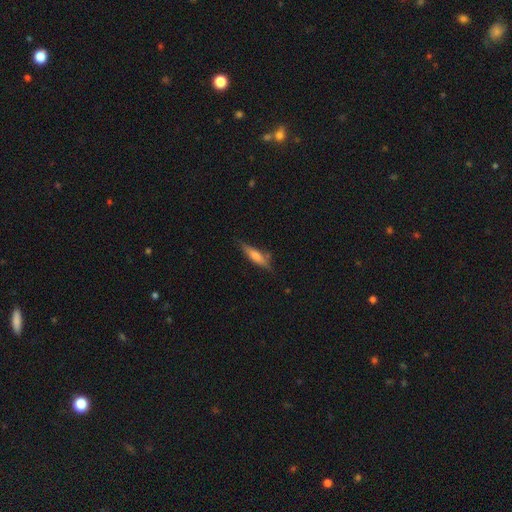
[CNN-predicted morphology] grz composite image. It shows a smooth galaxy with no disk features (57%) that is cigar-shaped (74%). Merging: none (72%).